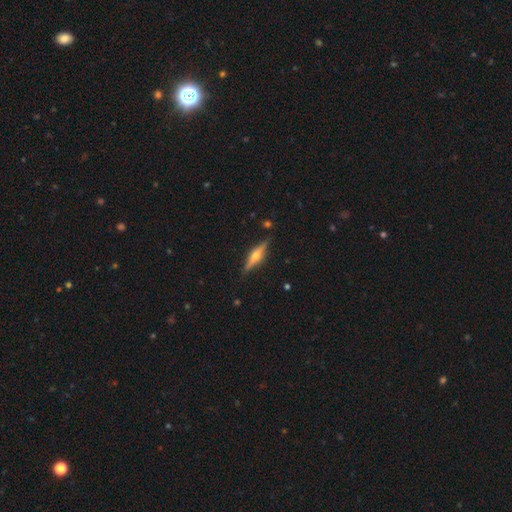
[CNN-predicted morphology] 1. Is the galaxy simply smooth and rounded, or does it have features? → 74% featured or disk, 20% smooth, 6% star or artifact.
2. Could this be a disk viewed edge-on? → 97% yes, 3% no.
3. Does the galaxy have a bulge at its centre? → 92% rounded, 5% boxy, 3% none.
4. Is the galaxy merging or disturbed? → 88% none, 8% minor disturbance, 2% major disturbance, 1% merger.